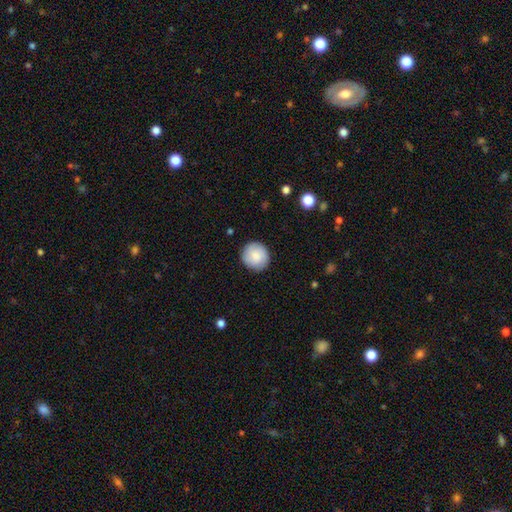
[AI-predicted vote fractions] Morphology: type=smooth (84%); roundness=round (93%); merging=none (89%).